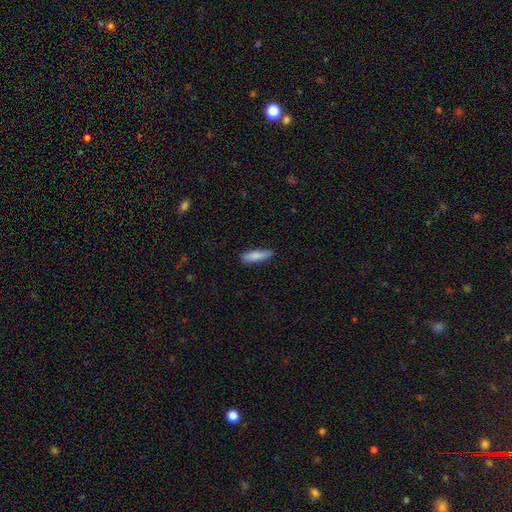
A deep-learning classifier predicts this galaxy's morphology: type=smooth (83%); roundness=cigar-shaped (62%); merging=none (85%).